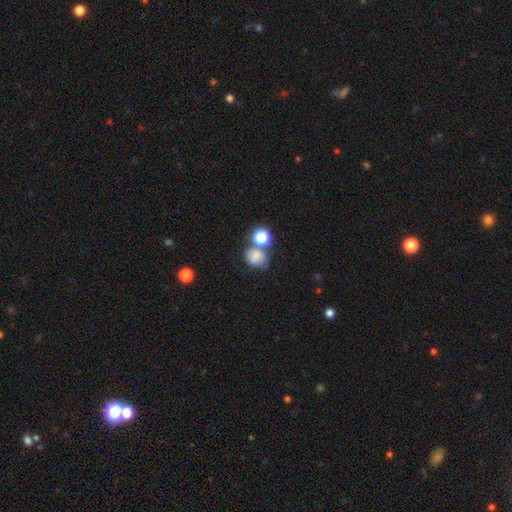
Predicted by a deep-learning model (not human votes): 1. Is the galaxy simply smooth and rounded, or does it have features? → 72% smooth, 15% featured or disk, 13% star or artifact.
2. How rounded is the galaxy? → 74% round, 25% in between, 1% cigar-shaped.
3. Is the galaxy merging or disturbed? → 47% none, 31% merger, 15% minor disturbance, 7% major disturbance.